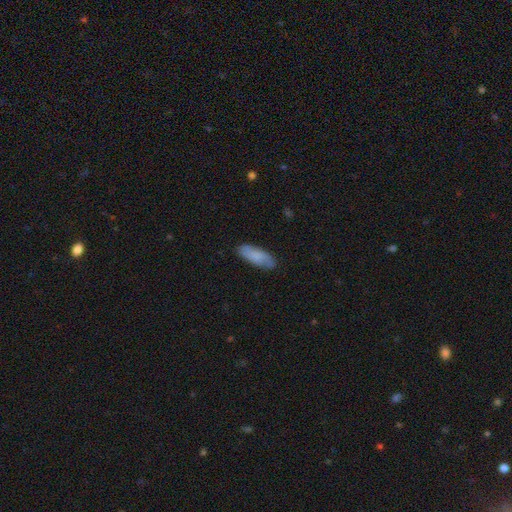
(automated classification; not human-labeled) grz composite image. It shows a smooth galaxy with no disk features (75%) that is in between round and cigar-shaped (69%). Merging: none (82%).